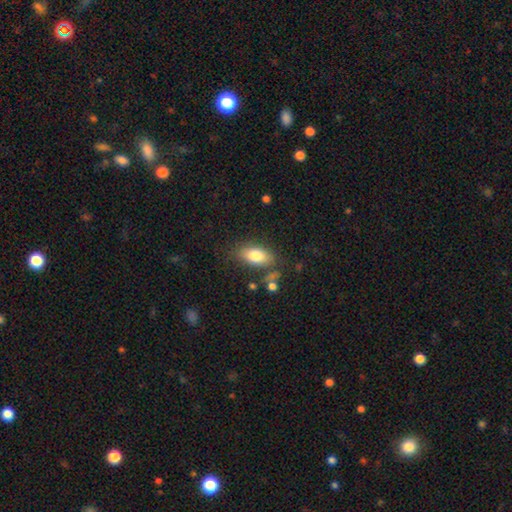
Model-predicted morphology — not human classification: A smooth galaxy with no disk features (79%) that is in between round and cigar-shaped (89%). Merging: none (74%).